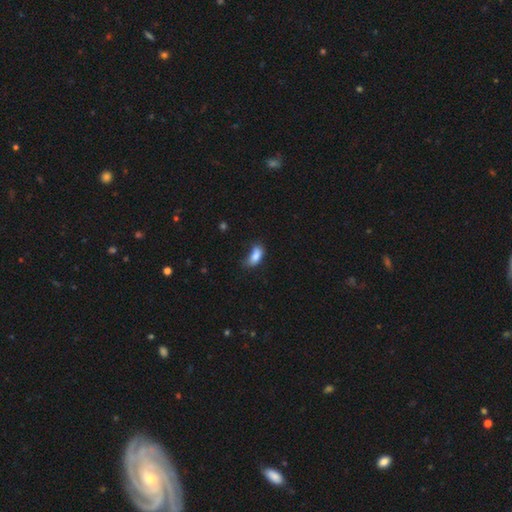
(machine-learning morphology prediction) type=smooth (81%); roundness=in between (87%); merging=minor disturbance (38%).